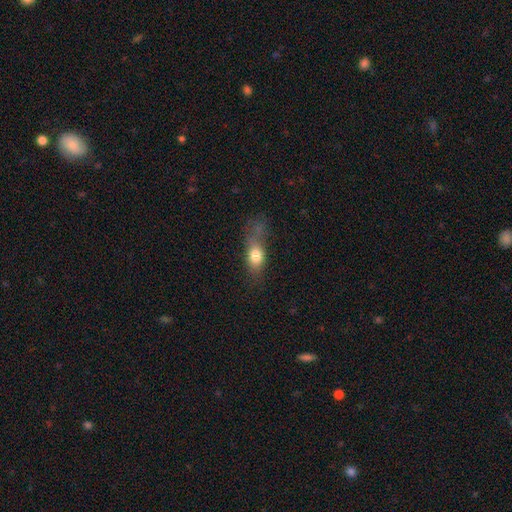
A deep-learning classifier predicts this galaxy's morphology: A smooth galaxy with no disk features (75%) that is in between round and cigar-shaped (71%).

Vote fractions:
- Smooth or featured? smooth: 75% / featured or disk: 16% / star or artifact: 10%
- How rounded? in between: 71% / round: 18% / cigar-shaped: 11%
- Merging? none: 35% / major disturbance: 30% / minor disturbance: 27% / merger: 8%